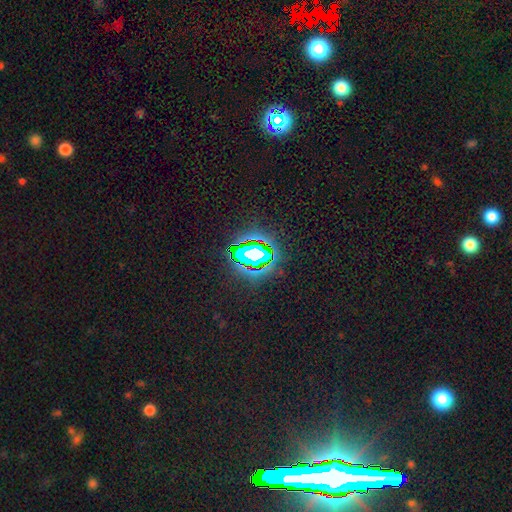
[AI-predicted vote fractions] This appears to be a star or artifact, not a galaxy (73%).